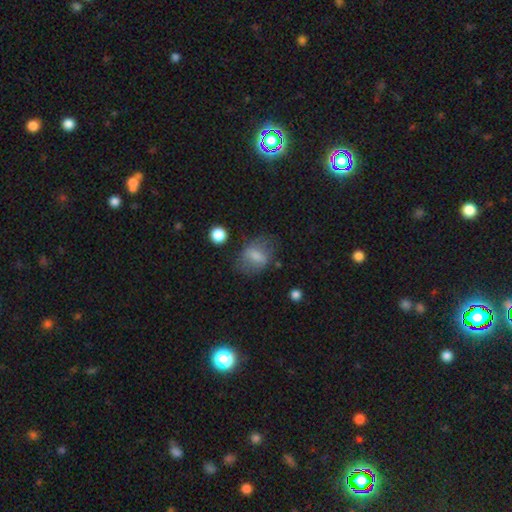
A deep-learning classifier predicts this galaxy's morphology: The model was most divided on "merging": none: 57%, minor disturbance: 23%, major disturbance: 17%, merger: 3%. More confident: how rounded — in between (68%); smooth or featured — smooth (68%).